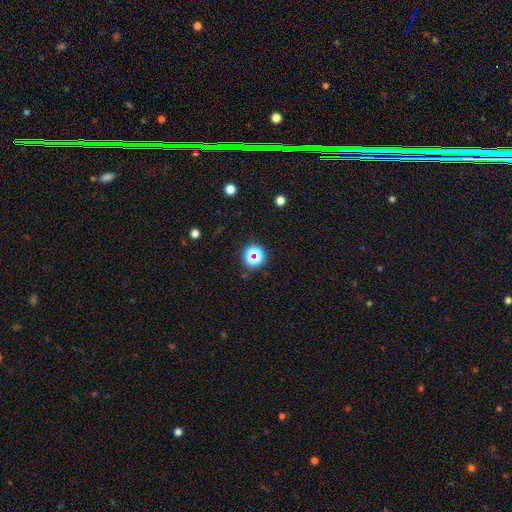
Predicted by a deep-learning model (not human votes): star or artifact 61%, smooth 30%, featured or disk 9%.